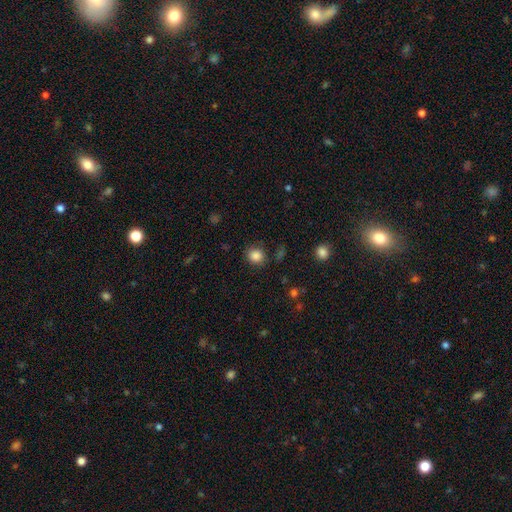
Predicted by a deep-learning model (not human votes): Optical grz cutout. It shows a smooth galaxy with no disk features (86%) that is round (80%). Merging: none (83%).